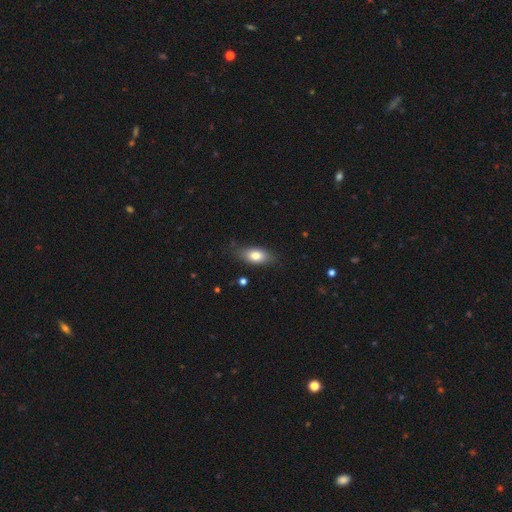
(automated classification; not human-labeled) smooth 79%, featured or disk 14%, star or artifact 7%. Down the decision tree: how rounded — in between (86%); merging — none (78%).